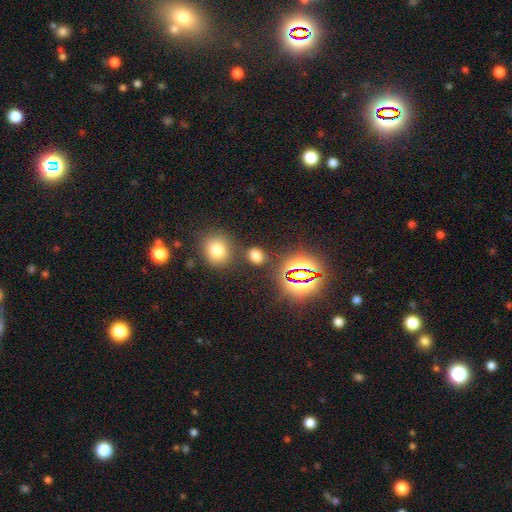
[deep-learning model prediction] Smooth or featured? Predicted: smooth (p=0.66). How rounded? Predicted: round (p=0.51). Merging? Predicted: none (p=0.78).